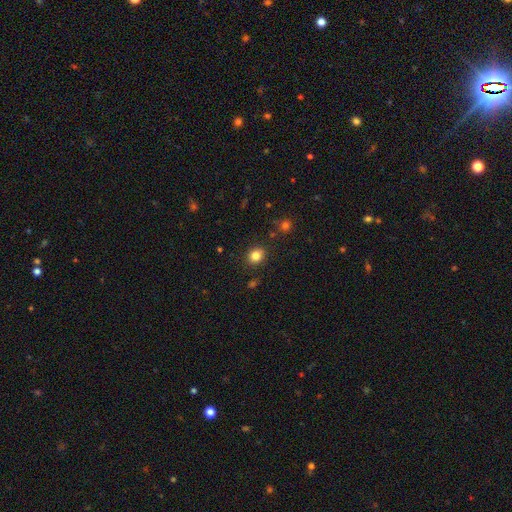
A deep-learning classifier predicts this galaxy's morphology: Smooth or featured? Predicted: smooth (p=0.83). How rounded? Predicted: round (p=0.67). Merging? Predicted: none (p=0.87).